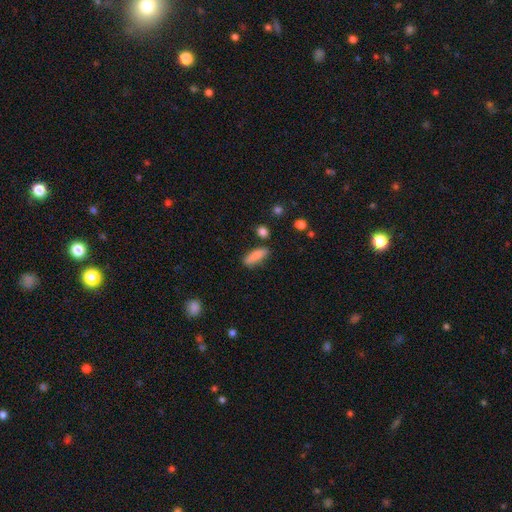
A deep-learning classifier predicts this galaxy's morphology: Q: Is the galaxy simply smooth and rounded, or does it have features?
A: smooth — 84%.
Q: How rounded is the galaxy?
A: cigar-shaped — 50%.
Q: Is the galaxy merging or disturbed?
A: none — 73%.